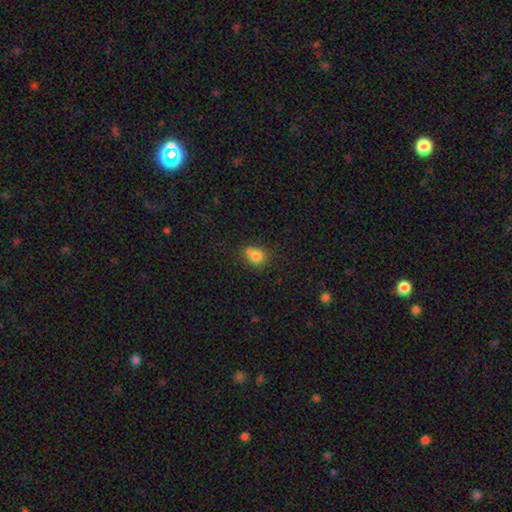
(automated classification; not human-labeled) Smooth or featured? Predicted: smooth (p=0.79). How rounded? Predicted: round (p=0.60). Merging? Predicted: none (p=0.51).